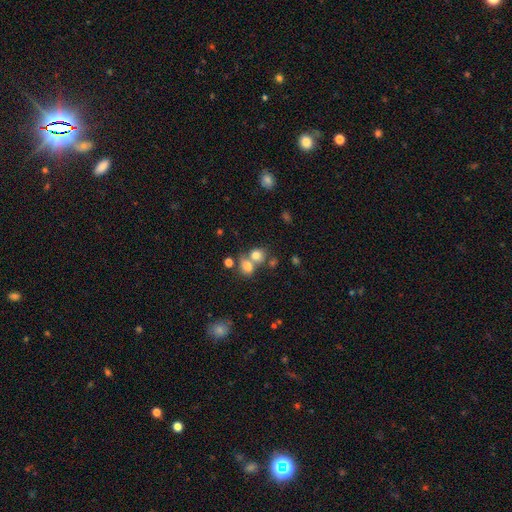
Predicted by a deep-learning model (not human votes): Q: Smooth or featured?
A: smooth (75%); runner-up: star or artifact (13%)
Q: How rounded?
A: round (68%); runner-up: in between (30%)
Q: Merging?
A: merger (48%); runner-up: none (39%)